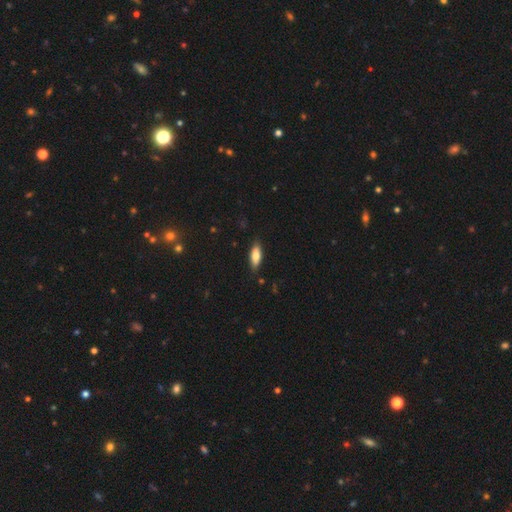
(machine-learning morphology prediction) smooth_or_featured: smooth (p=0.77) [alt: featured or disk p=0.16]
how_rounded: in between (p=0.75) [alt: cigar-shaped p=0.23]
merging: none (p=0.84) [alt: minor disturbance p=0.12]